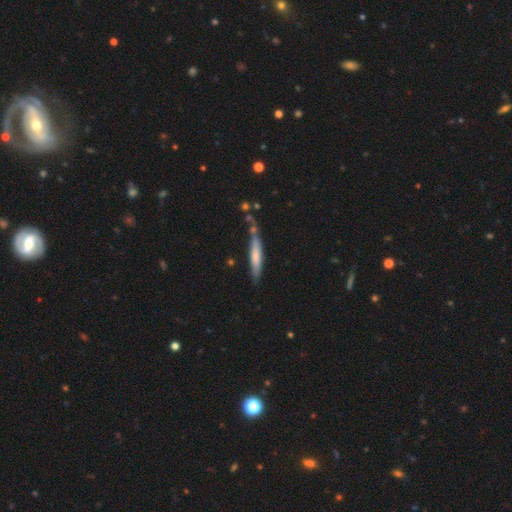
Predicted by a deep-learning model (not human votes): Smooth or featured? smooth (62%)
How rounded? cigar-shaped (90%)
Merging? none (60%)